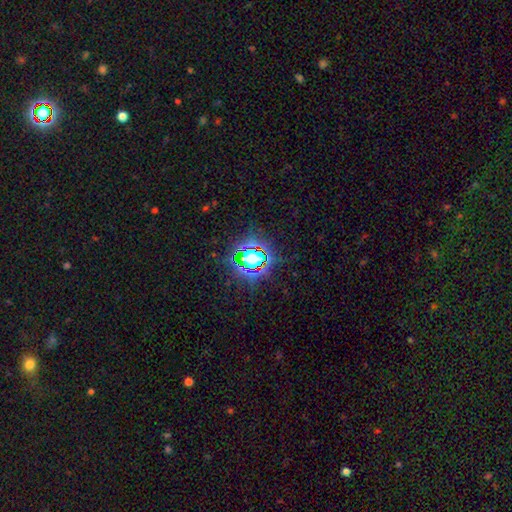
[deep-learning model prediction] This is likely a star or artifact rather than a galaxy (79%).